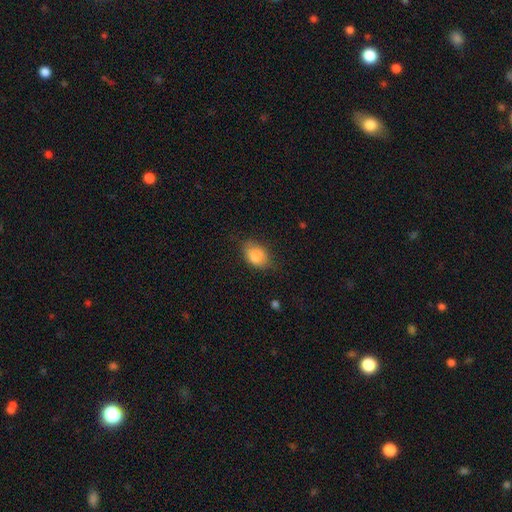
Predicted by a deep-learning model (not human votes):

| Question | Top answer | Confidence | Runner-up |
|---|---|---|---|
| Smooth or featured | smooth | 82% | featured or disk (10%) |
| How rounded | in between | 80% | round (18%) |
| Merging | none | 63% | minor disturbance (28%) |